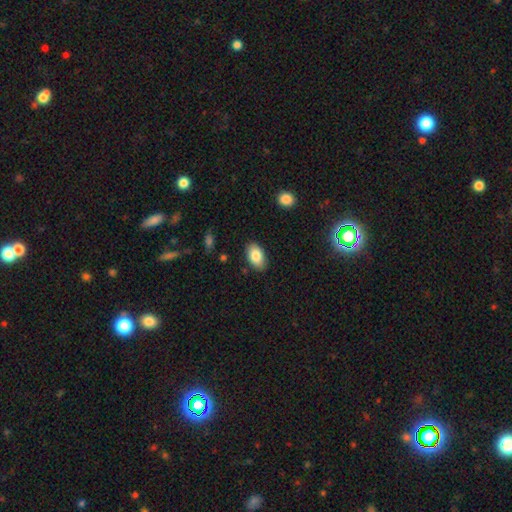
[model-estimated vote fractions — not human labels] Smooth or featured?
  - smooth: 84% *
  - featured or disk: 9%
  - star or artifact: 7%
How rounded?
  - in between: 93% *
  - round: 5%
  - cigar-shaped: 1%
Merging?
  - none: 86% *
  - minor disturbance: 10%
  - major disturbance: 2%
  - merger: 1%